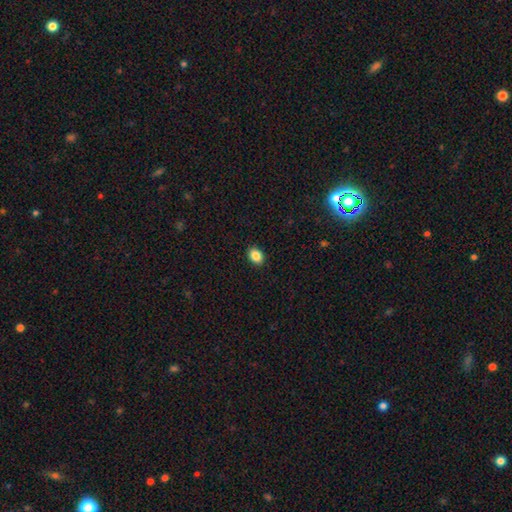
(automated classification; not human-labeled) A smooth galaxy with no disk features (87%) that is in between round and cigar-shaped (63%).

Vote fractions:
- Smooth or featured? smooth: 87% / star or artifact: 9% / featured or disk: 4%
- How rounded? in between: 63% / round: 36% / cigar-shaped: 1%
- Merging? none: 91% / minor disturbance: 6% / major disturbance: 2% / merger: 1%